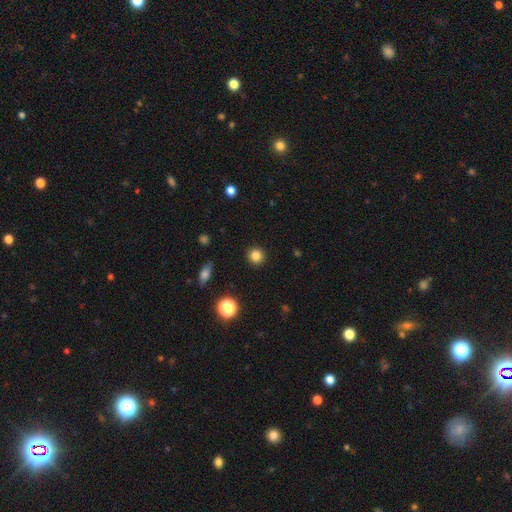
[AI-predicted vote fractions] Smooth or featured: smooth — 84% (star or artifact — 12%)
How rounded: round — 92% (in between — 6%)
Merging: none — 91% (minor disturbance — 6%)